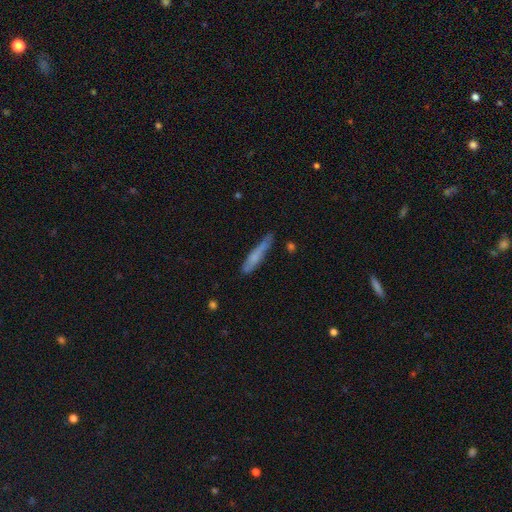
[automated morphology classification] A smooth galaxy with no disk features (62%) that is cigar-shaped (92%).

Vote fractions:
- Smooth or featured? smooth: 62% / featured or disk: 31% / star or artifact: 7%
- How rounded? cigar-shaped: 92% / in between: 6% / round: 1%
- Merging? none: 65% / minor disturbance: 26% / major disturbance: 6% / merger: 4%